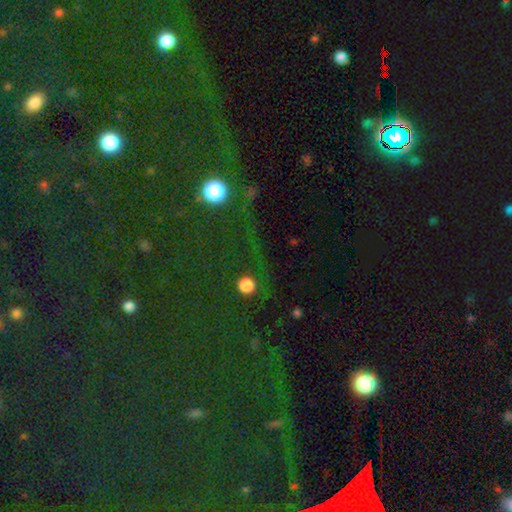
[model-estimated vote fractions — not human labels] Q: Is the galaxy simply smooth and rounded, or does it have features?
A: star or artifact — 76%.